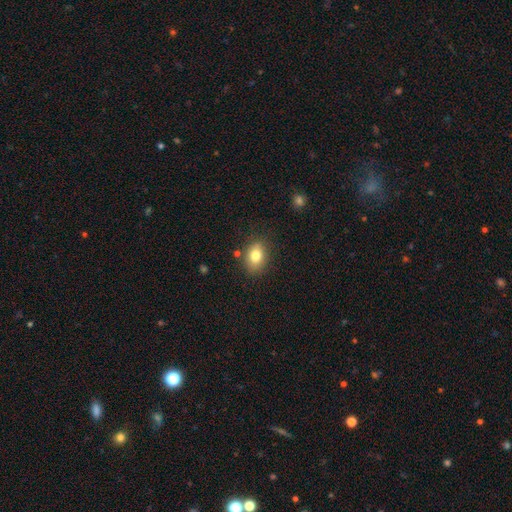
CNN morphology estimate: Overall: smooth (81%). How rounded: in between (69%; round 30%). Merging: none (81%).